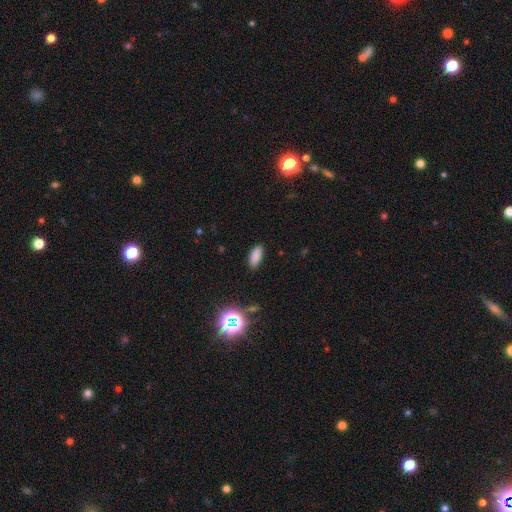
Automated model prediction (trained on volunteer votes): Smooth or featured: smooth — 81% (star or artifact — 14%)
How rounded: in between — 79% (cigar-shaped — 18%)
Merging: none — 87% (minor disturbance — 9%)